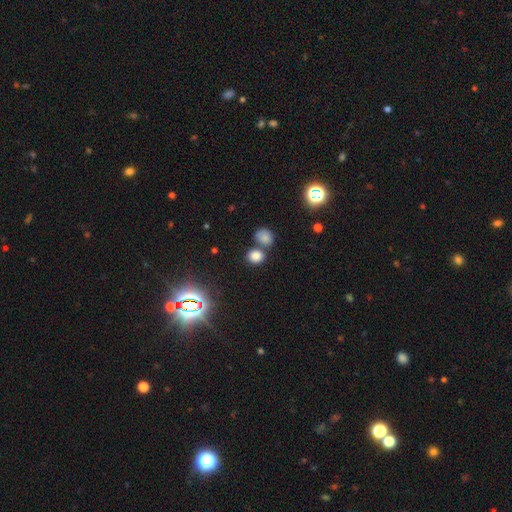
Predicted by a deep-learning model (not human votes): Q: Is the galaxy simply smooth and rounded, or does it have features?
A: smooth — 77%.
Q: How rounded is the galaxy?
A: round — 63%.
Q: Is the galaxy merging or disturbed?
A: none — 58%.